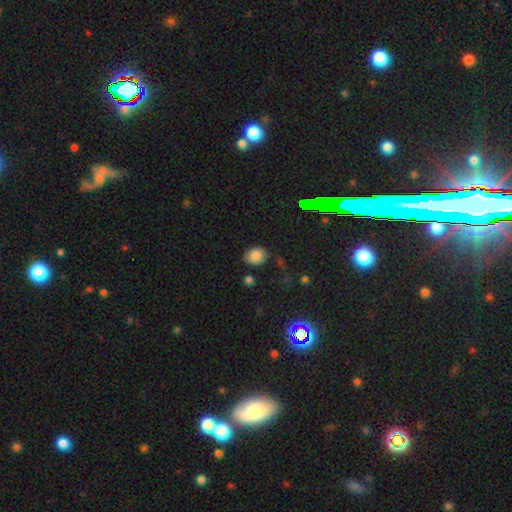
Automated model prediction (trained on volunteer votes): smooth_or_featured: smooth (p=0.83) [alt: star or artifact p=0.11]
how_rounded: in between (p=0.62) [alt: round p=0.37]
merging: none (p=0.77) [alt: minor disturbance p=0.16]